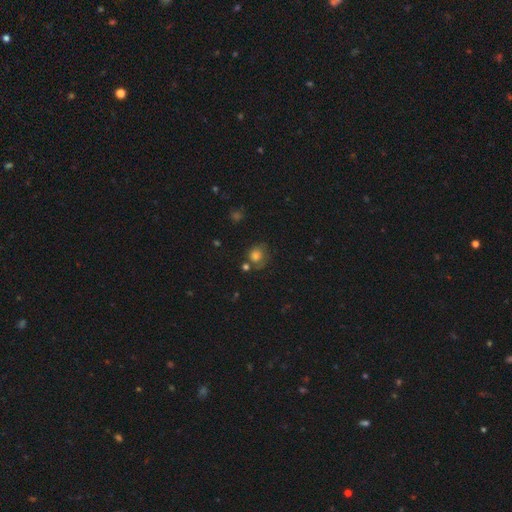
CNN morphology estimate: Q: Smooth or featured?
A: smooth (73%); runner-up: featured or disk (15%)
Q: How rounded?
A: round (75%); runner-up: in between (24%)
Q: Merging?
A: none (54%); runner-up: minor disturbance (24%)